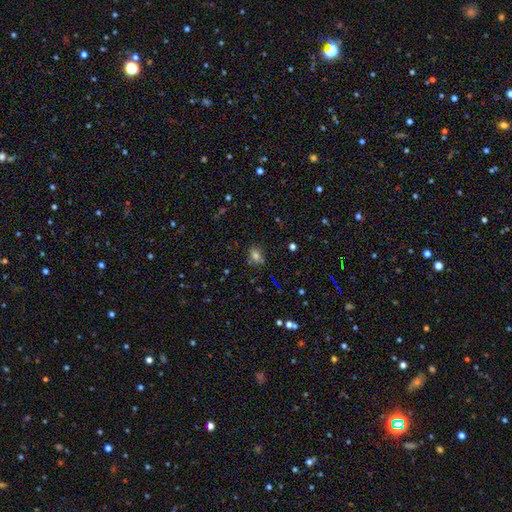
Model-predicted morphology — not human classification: Smooth or featured: smooth — 72% (star or artifact — 19%)
How rounded: round — 52% (in between — 47%)
Merging: none — 77% (minor disturbance — 16%)